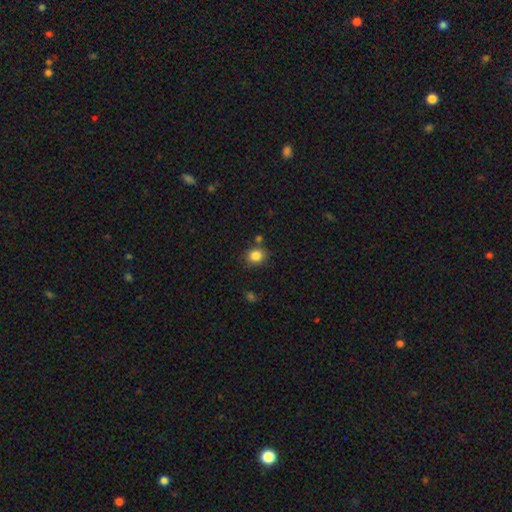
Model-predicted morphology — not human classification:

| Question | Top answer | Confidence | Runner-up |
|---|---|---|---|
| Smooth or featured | smooth | 85% | star or artifact (10%) |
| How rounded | round | 76% | in between (23%) |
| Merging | none | 79% | minor disturbance (11%) |